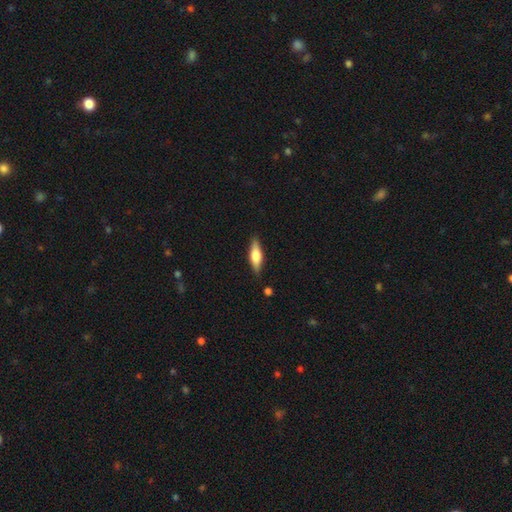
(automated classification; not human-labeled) smooth_or_featured: smooth (p=0.57) [alt: featured or disk p=0.37]
how_rounded: cigar-shaped (p=0.50) [alt: in between p=0.47]
merging: none (p=0.84) [alt: minor disturbance p=0.11]